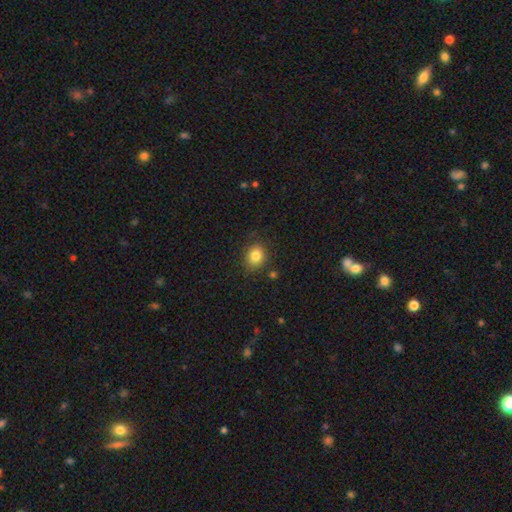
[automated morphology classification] A smooth galaxy with no disk features (83%) that is round (61%). Merging: none (82%).